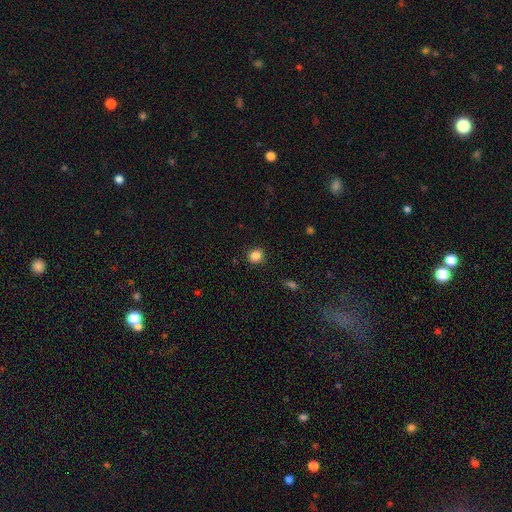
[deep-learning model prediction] A smooth galaxy with no disk features (85%) that is round (76%).

Vote fractions:
- Smooth or featured? smooth: 85% / star or artifact: 11% / featured or disk: 4%
- How rounded? round: 76% / in between: 23% / cigar-shaped: 1%
- Merging? none: 87% / minor disturbance: 9% / major disturbance: 2% / merger: 1%